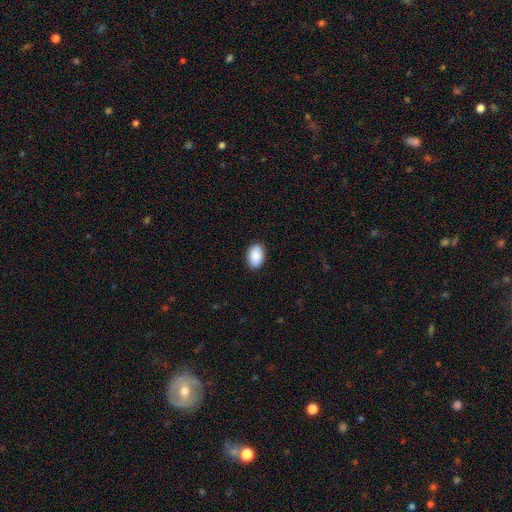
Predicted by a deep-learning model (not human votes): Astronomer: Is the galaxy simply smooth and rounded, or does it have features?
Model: smooth — 89%.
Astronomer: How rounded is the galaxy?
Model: in between — 90%.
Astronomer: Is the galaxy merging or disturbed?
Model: none — 89%.